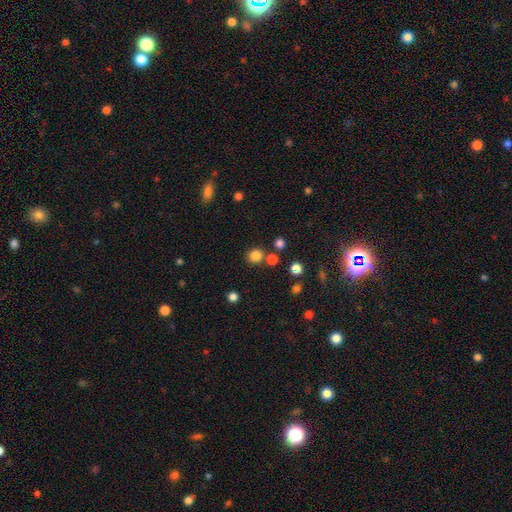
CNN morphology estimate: This is clearly a smooth galaxy (81%). How rounded: clearly round (88%). Merging: likely none (79%).